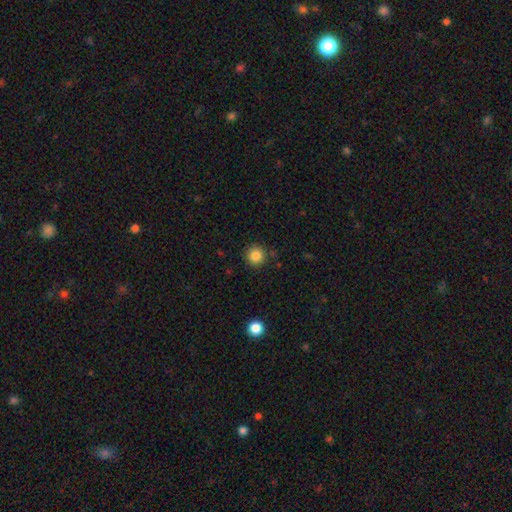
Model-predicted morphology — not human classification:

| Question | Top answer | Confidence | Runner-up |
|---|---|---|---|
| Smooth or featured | smooth | 85% | star or artifact (11%) |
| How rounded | round | 95% | in between (4%) |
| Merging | none | 88% | minor disturbance (8%) |